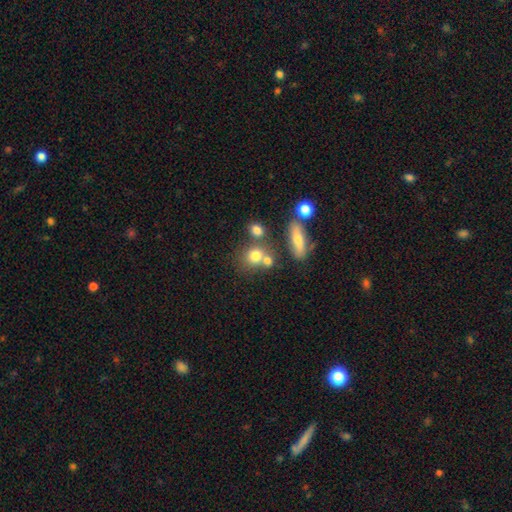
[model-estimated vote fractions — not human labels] A smooth galaxy with no disk features (73%) that is round (71%).

Vote fractions:
- Smooth or featured? smooth: 73% / featured or disk: 15% / star or artifact: 13%
- How rounded? round: 71% / in between: 26% / cigar-shaped: 3%
- Merging? none: 49% / merger: 34% / minor disturbance: 11% / major disturbance: 6%